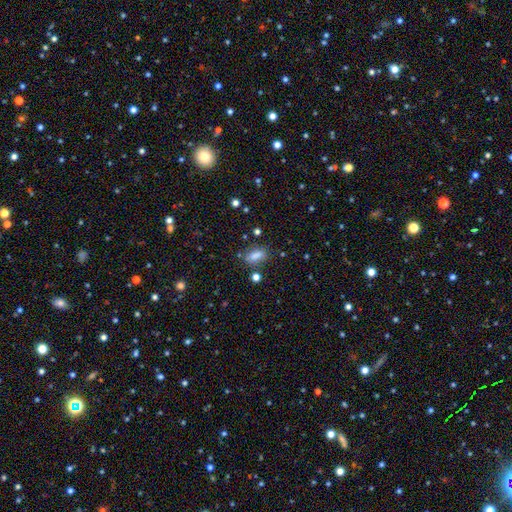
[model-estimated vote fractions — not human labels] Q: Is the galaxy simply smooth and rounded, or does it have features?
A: smooth — 78%.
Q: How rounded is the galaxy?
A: in between — 79%.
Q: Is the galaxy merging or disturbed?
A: none — 72%.